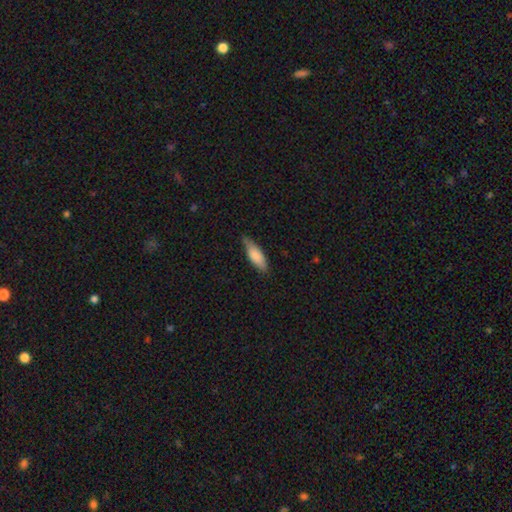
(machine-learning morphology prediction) Smooth or featured? smooth (80%)
How rounded? in between (55%)
Merging? none (73%)